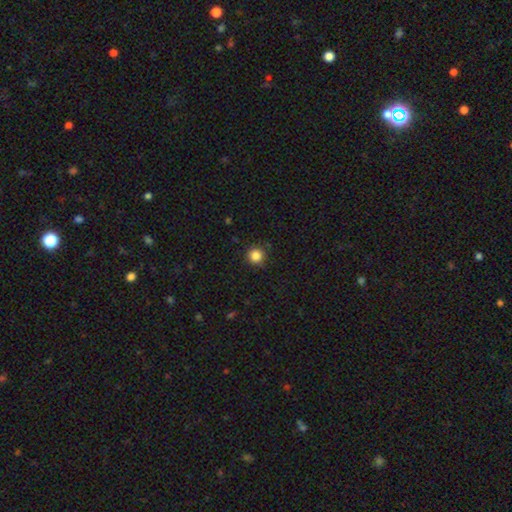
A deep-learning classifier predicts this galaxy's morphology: The model was most divided on "smooth or featured": smooth: 85%, star or artifact: 12%, featured or disk: 4%. More confident: how rounded — round (95%); merging — none (89%).